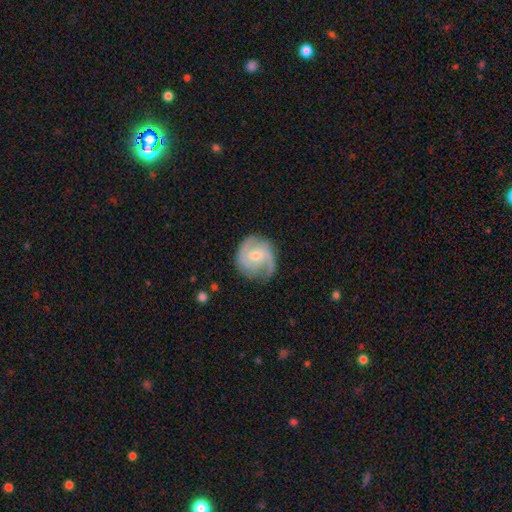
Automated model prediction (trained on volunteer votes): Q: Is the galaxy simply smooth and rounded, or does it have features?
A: featured or disk — 82%.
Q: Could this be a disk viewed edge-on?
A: no — 98%.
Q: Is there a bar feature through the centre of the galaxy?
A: weak — 50%.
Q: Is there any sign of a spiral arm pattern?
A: yes — 96%.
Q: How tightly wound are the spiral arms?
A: medium — 48%.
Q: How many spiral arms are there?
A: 2 — 53%.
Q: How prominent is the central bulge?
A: small — 50%.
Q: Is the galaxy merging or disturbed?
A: none — 71%.